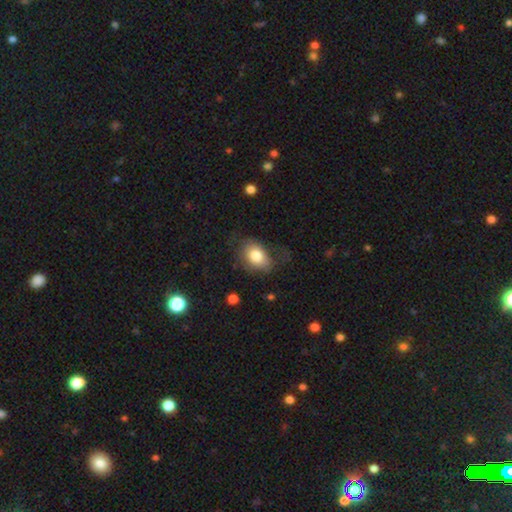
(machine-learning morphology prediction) This is likely a smooth galaxy (78%). How rounded: likely in between (73%). Merging: possibly none (54%).